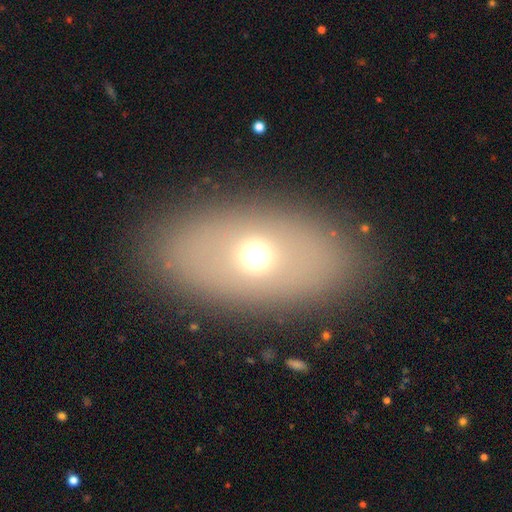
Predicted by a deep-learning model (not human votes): Smooth or featured? smooth (58%)
How rounded? in between (83%)
Merging? none (84%)